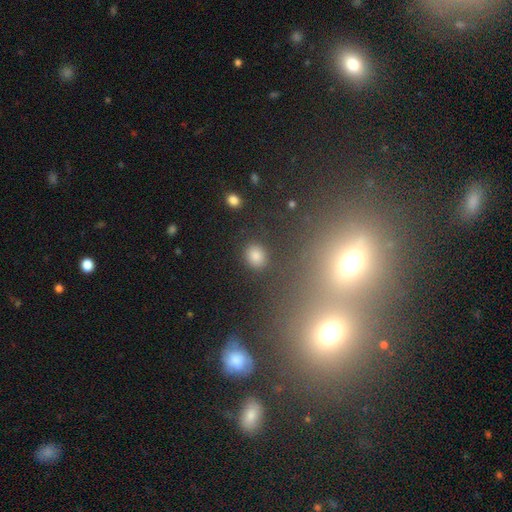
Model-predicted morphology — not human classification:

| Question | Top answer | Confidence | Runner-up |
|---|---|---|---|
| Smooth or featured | smooth | 69% | star or artifact (23%) |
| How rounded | round | 63% | in between (35%) |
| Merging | none | 83% | minor disturbance (8%) |